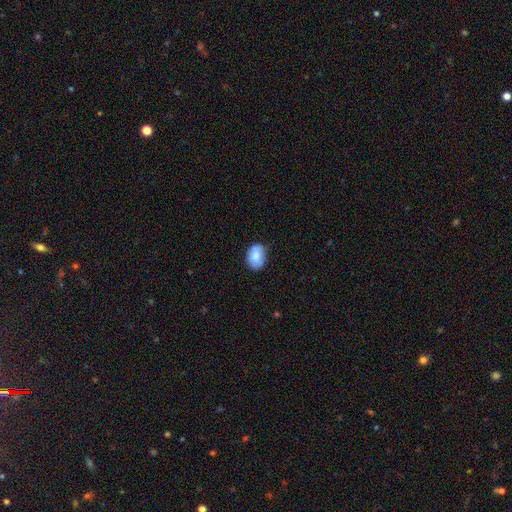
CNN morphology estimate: Smooth or featured? smooth (79%)
How rounded? in between (77%)
Merging? none (66%)